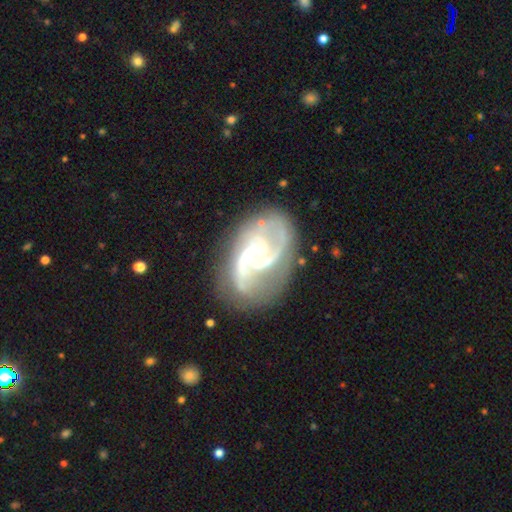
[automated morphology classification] Smooth or featured? featured or disk (92%)
Edge-on disk? no (98%)
Bar? no (55%)
Spiral arms? yes (98%)
Spiral winding? medium (57%)
Spiral arm count? 2 (70%)
Bulge size? small (56%)
Merging? none (72%)